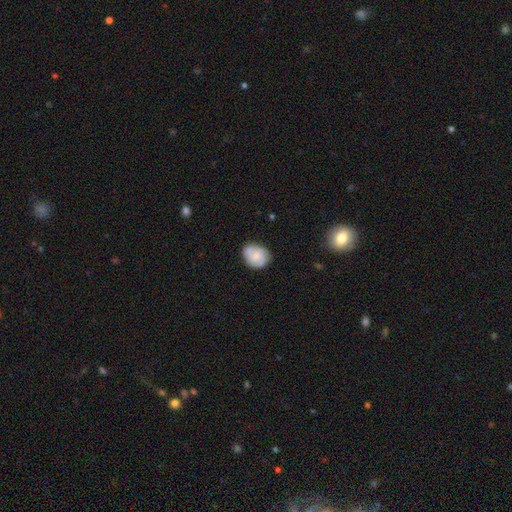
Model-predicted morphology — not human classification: The model was most divided on "how rounded": round: 56%, in between: 43%, cigar-shaped: 1%. More confident: merging — none (70%); smooth or featured — smooth (54%).